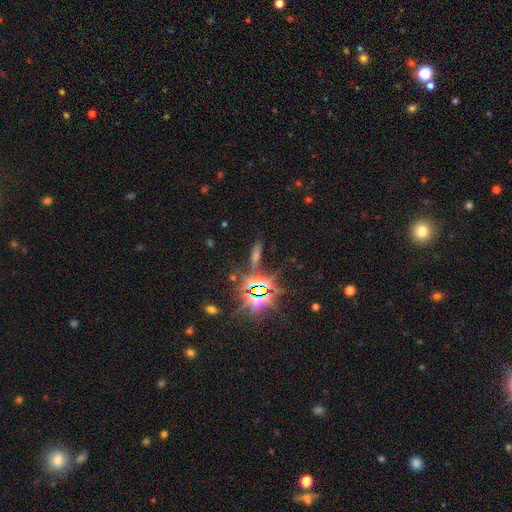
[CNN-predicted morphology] Smooth or featured? Predicted: star or artifact (p=0.57).